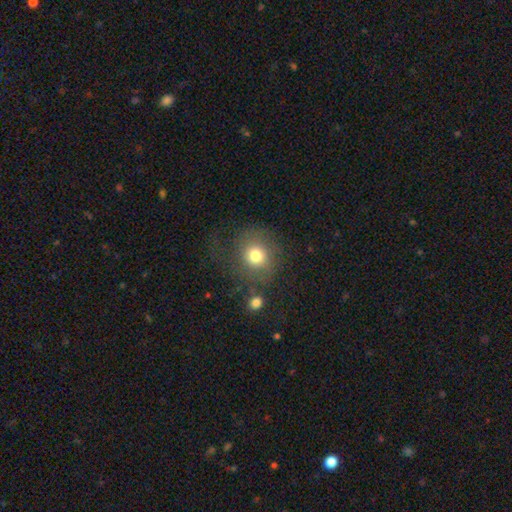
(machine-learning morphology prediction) smooth_or_featured: smooth (p=0.75) [alt: featured or disk p=0.13]
how_rounded: round (p=0.85) [alt: in between p=0.14]
merging: none (p=0.65) [alt: minor disturbance p=0.16]